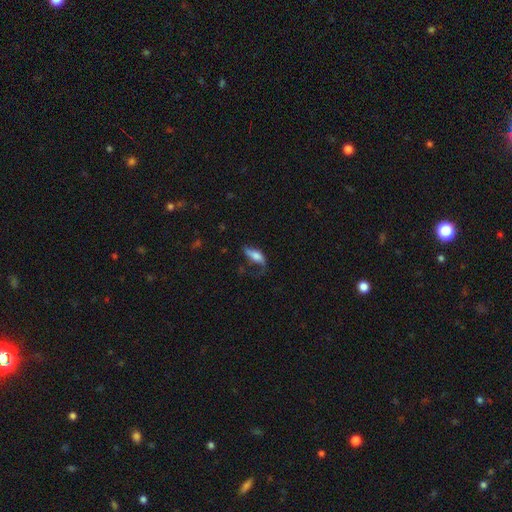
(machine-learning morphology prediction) This is possibly a smooth galaxy (54%). How rounded: likely in between (67%). Merging: marginally major disturbance (36%).